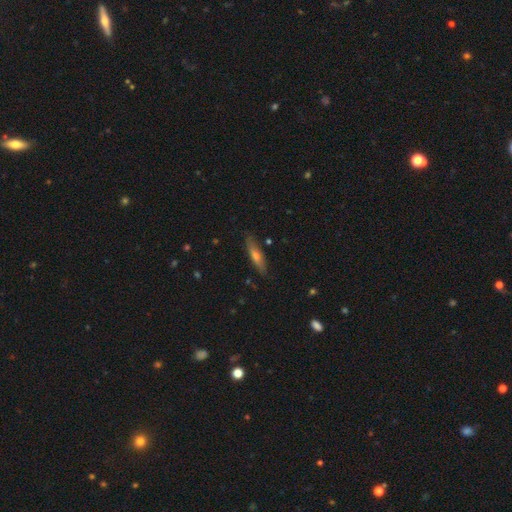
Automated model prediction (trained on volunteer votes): Smooth or featured?
  - smooth: 48% *
  - featured or disk: 44%
  - star or artifact: 8%
Merging?
  - none: 85% *
  - minor disturbance: 11%
  - major disturbance: 2%
  - merger: 1%